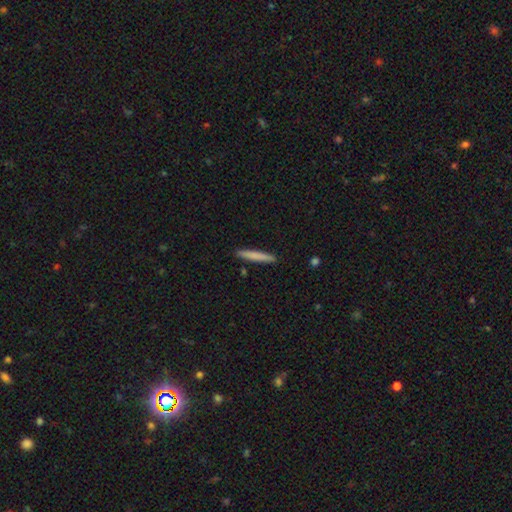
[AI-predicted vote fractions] The model was most divided on "smooth or featured": smooth: 77%, featured or disk: 18%, star or artifact: 6%. More confident: how rounded — cigar-shaped (95%); merging — none (90%).